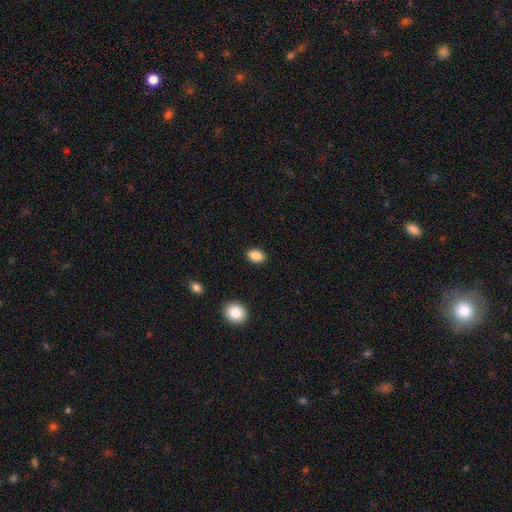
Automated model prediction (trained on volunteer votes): smooth_or_featured: smooth (p=0.87) [alt: star or artifact p=0.09]
how_rounded: in between (p=0.78) [alt: round p=0.20]
merging: none (p=0.88) [alt: minor disturbance p=0.08]